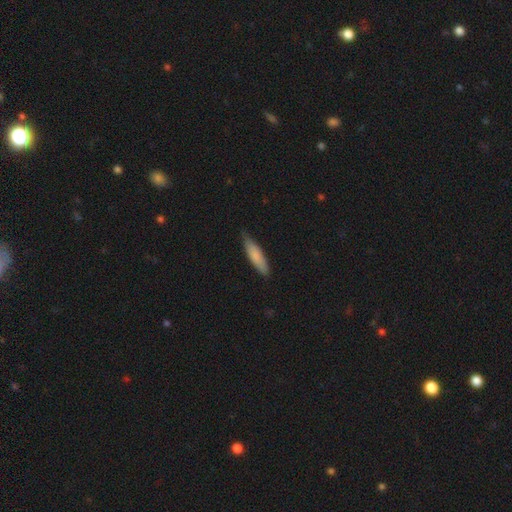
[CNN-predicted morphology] Smooth or featured? smooth (80%)
How rounded? cigar-shaped (68%)
Merging? none (77%)